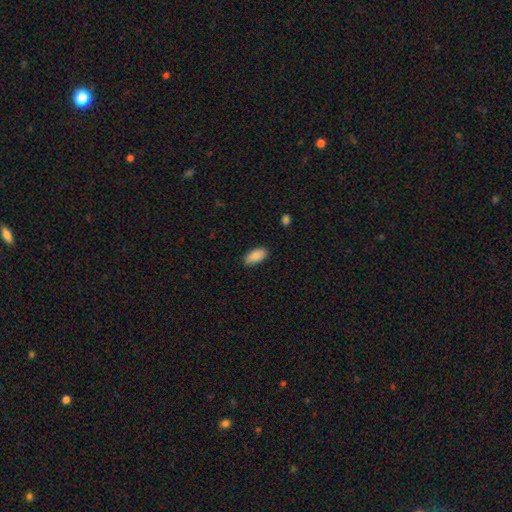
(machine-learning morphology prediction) Smooth or featured: smooth — 89% (star or artifact — 7%)
How rounded: in between — 92% (cigar-shaped — 6%)
Merging: none — 83% (minor disturbance — 14%)